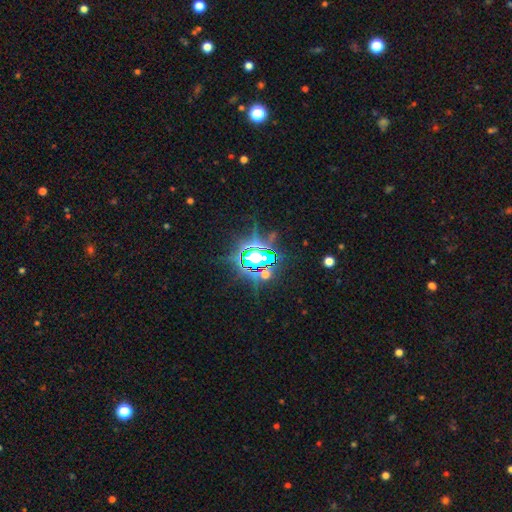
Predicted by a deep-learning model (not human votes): A star or artifact, not a galaxy (75%).